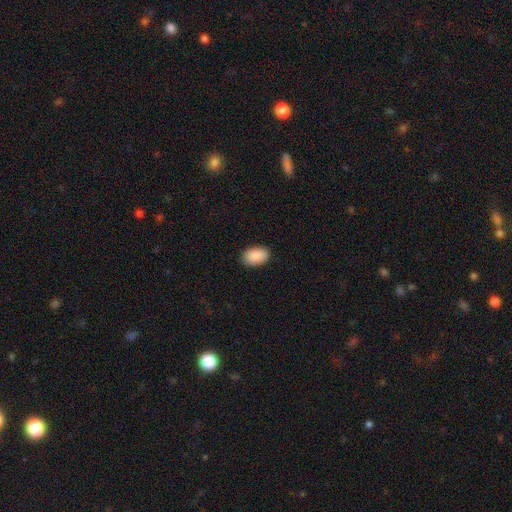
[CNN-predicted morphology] smooth-or-featured: smooth: 91% | star or artifact: 6% | featured or disk: 3%
  how-rounded: in between: 91% | round: 8% | cigar-shaped: 1%
  merging: none: 90% | minor disturbance: 7% | major disturbance: 2% | merger: 1%